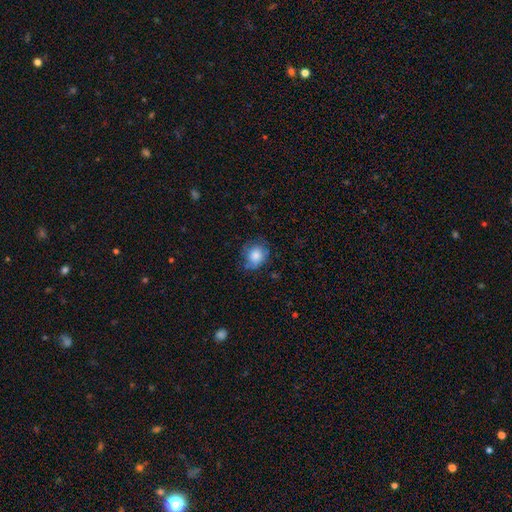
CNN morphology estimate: Q: Smooth or featured?
A: smooth (80%); runner-up: featured or disk (11%)
Q: How rounded?
A: round (75%); runner-up: in between (24%)
Q: Merging?
A: none (67%); runner-up: minor disturbance (24%)